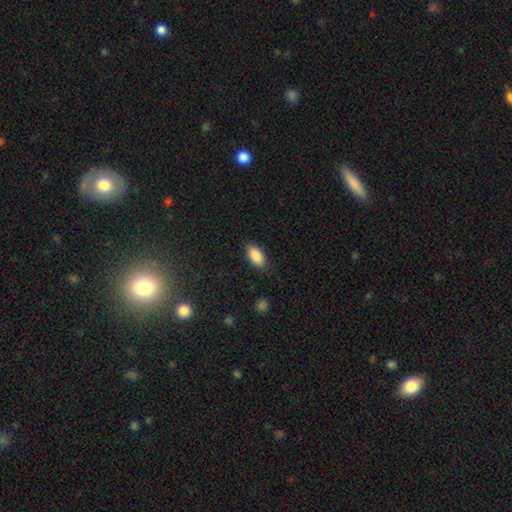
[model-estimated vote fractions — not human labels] Q: Smooth or featured?
A: smooth (88%); runner-up: star or artifact (7%)
Q: How rounded?
A: in between (91%); runner-up: cigar-shaped (6%)
Q: Merging?
A: none (85%); runner-up: minor disturbance (11%)